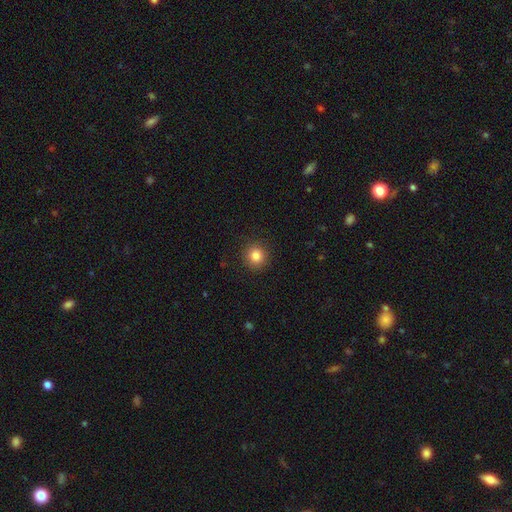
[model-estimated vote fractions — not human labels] This is clearly a smooth galaxy (84%). How rounded: clearly round (92%). Merging: clearly none (90%).